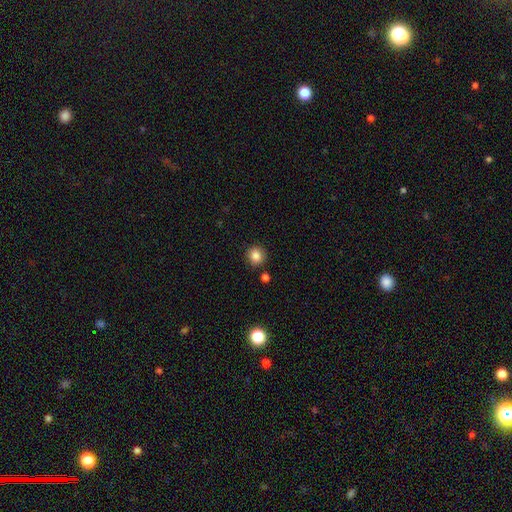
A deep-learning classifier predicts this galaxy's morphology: Smooth or featured?
  - smooth: 85% *
  - star or artifact: 10%
  - featured or disk: 4%
How rounded?
  - round: 90% *
  - in between: 9%
  - cigar-shaped: 1%
Merging?
  - none: 88% *
  - minor disturbance: 7%
  - merger: 3%
  - major disturbance: 2%